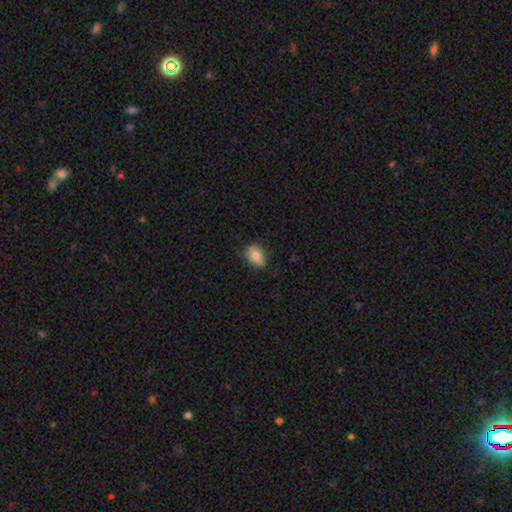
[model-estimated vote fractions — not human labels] A smooth galaxy with no disk features (80%) that is in between round and cigar-shaped (82%).

Vote fractions:
- Smooth or featured? smooth: 80% / featured or disk: 11% / star or artifact: 8%
- How rounded? in between: 82% / round: 17% / cigar-shaped: 1%
- Merging? none: 72% / minor disturbance: 23% / major disturbance: 4% / merger: 1%